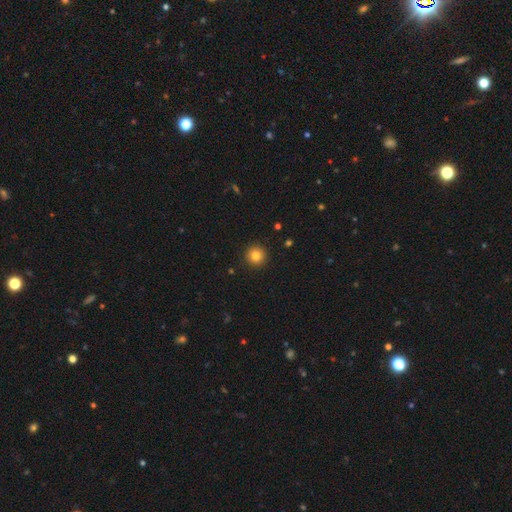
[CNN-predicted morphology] Smooth or featured?
  - smooth: 84% *
  - star or artifact: 11%
  - featured or disk: 6%
How rounded?
  - round: 95% *
  - in between: 4%
  - cigar-shaped: 1%
Merging?
  - none: 92% *
  - minor disturbance: 5%
  - major disturbance: 2%
  - merger: 1%